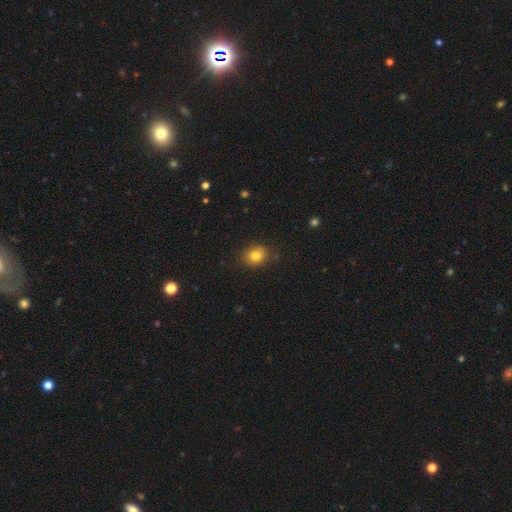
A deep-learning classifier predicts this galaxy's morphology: smooth-or-featured: smooth: 80% | star or artifact: 11% | featured or disk: 8%
  how-rounded: round: 62% | in between: 37% | cigar-shaped: 1%
  merging: none: 82% | minor disturbance: 14% | major disturbance: 3% | merger: 1%